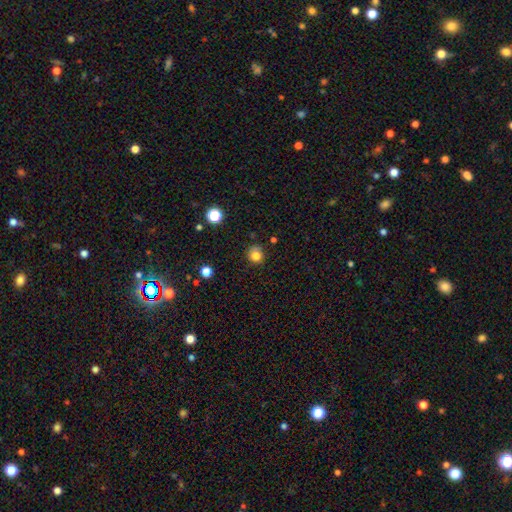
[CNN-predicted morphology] A smooth galaxy with no disk features (80%) that is round (86%). Merging: none (78%).